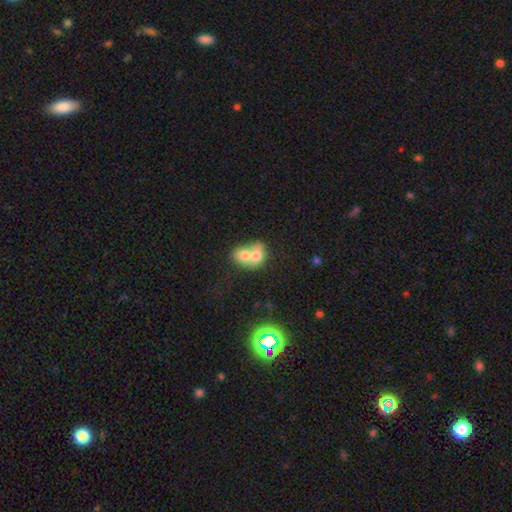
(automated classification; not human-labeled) Overall: smooth (66%). How rounded: in between (51%; round 48%). Merging: merger (80%).